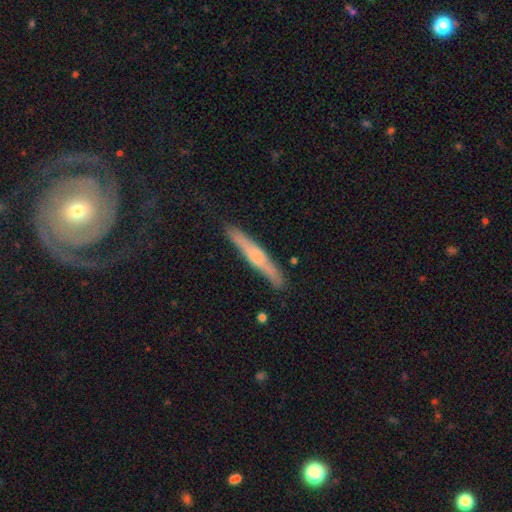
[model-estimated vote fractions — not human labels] smooth_or_featured: featured or disk (p=0.49) [alt: smooth p=0.45]
merging: none (p=0.85) [alt: minor disturbance p=0.12]